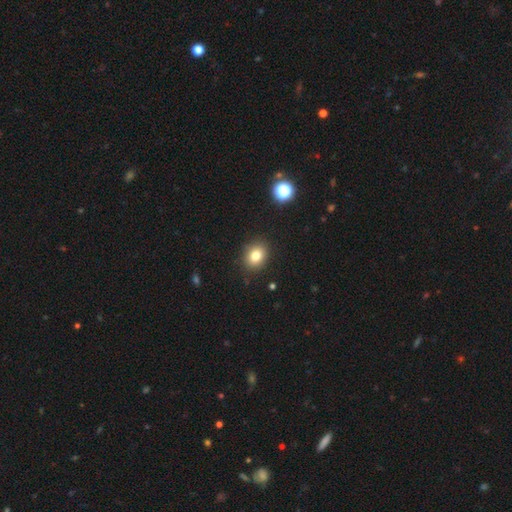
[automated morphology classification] Smooth or featured: smooth — 80% (star or artifact — 12%)
How rounded: round — 53% (in between — 46%)
Merging: none — 88% (minor disturbance — 9%)